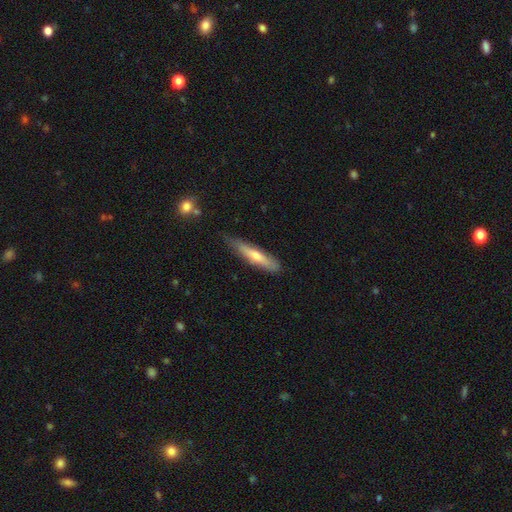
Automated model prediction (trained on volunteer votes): A smooth galaxy with no disk features (55%) that is cigar-shaped (86%). Merging: none (72%).